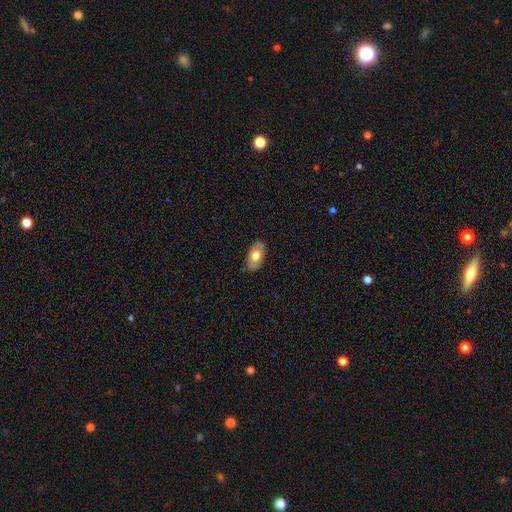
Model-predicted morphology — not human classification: A smooth galaxy with no disk features (68%) that is in between round and cigar-shaped (94%).

Vote fractions:
- Smooth or featured? smooth: 68% / featured or disk: 27% / star or artifact: 6%
- How rounded? in between: 94% / round: 4% / cigar-shaped: 2%
- Merging? none: 83% / minor disturbance: 13% / major disturbance: 3% / merger: 1%